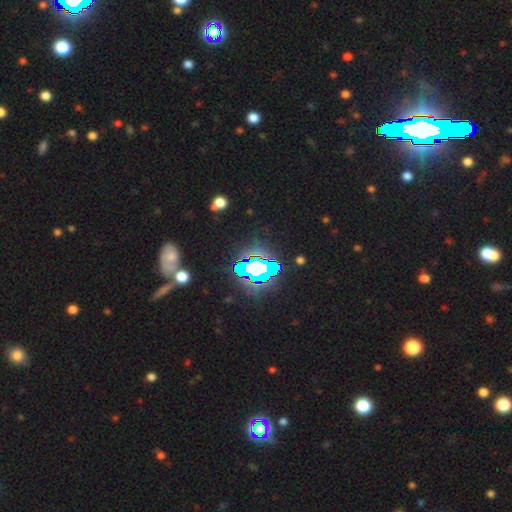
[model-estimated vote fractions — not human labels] A star or artifact, not a galaxy (71%).

Vote fractions:
- Smooth or featured? star or artifact: 71% / smooth: 15% / featured or disk: 14%